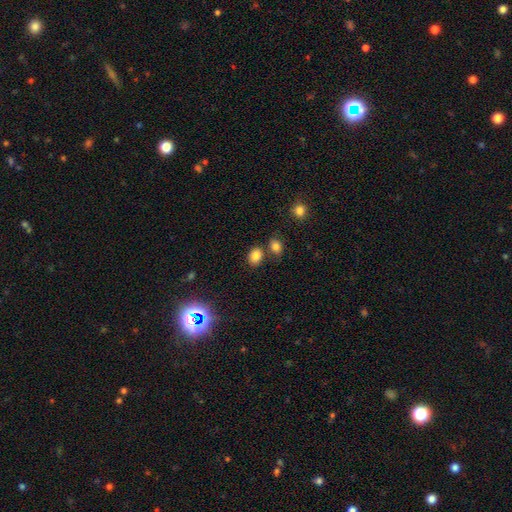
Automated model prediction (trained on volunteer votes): Smooth or featured? smooth (81%)
How rounded? in between (56%)
Merging? none (71%)